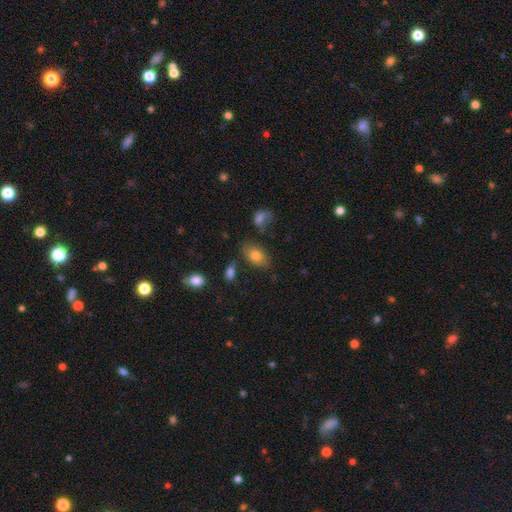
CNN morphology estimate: type=smooth (80%); roundness=in between (90%); merging=none (73%).